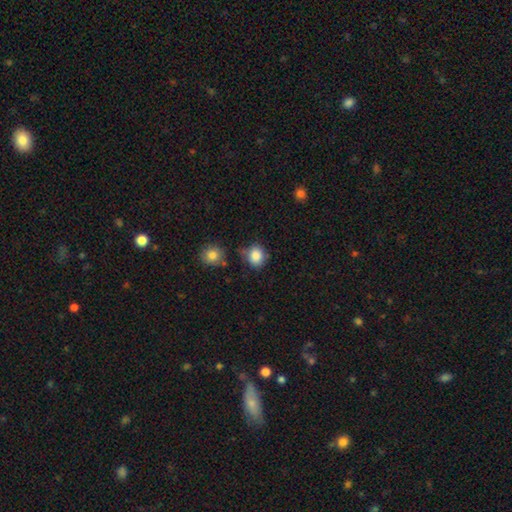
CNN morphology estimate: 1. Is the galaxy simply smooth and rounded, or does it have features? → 86% smooth, 9% star or artifact, 5% featured or disk.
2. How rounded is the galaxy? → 76% round, 23% in between, 1% cigar-shaped.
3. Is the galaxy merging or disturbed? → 69% none, 20% minor disturbance, 7% merger, 5% major disturbance.